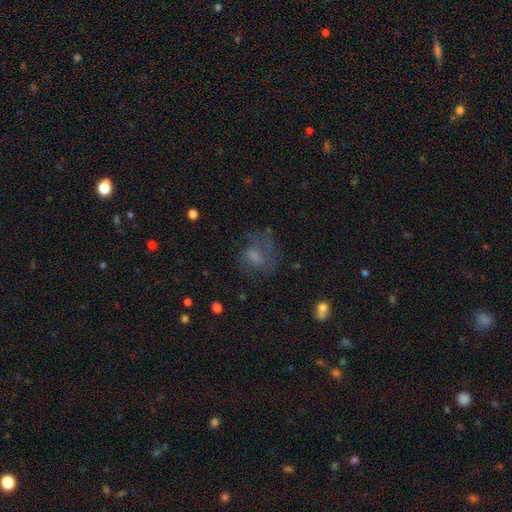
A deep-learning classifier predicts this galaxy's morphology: A featured or disk galaxy (44%). Merging: none (46%).